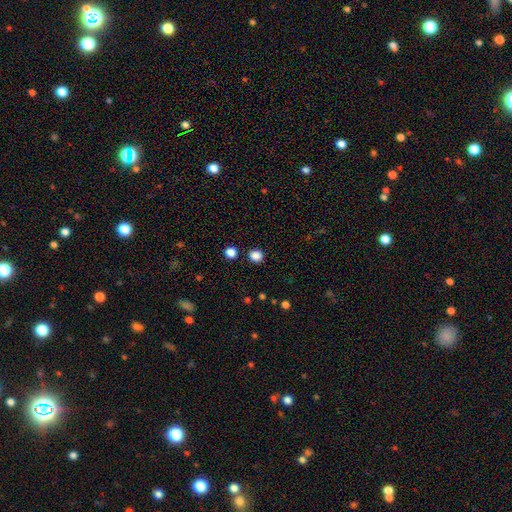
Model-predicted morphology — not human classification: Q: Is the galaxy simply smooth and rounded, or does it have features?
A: smooth — 85%.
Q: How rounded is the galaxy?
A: round — 86%.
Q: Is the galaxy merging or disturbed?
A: none — 89%.